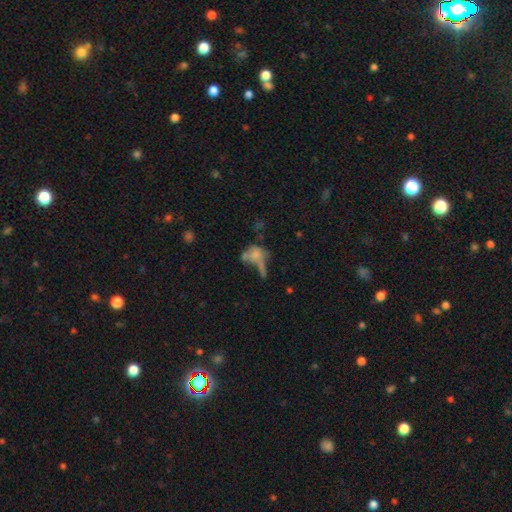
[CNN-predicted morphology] smooth-or-featured: smooth: 54% | featured or disk: 31% | star or artifact: 16%
  how-rounded: in between: 61% | round: 32% | cigar-shaped: 7%
  merging: merger: 33% | major disturbance: 28% | none: 25% | minor disturbance: 14%